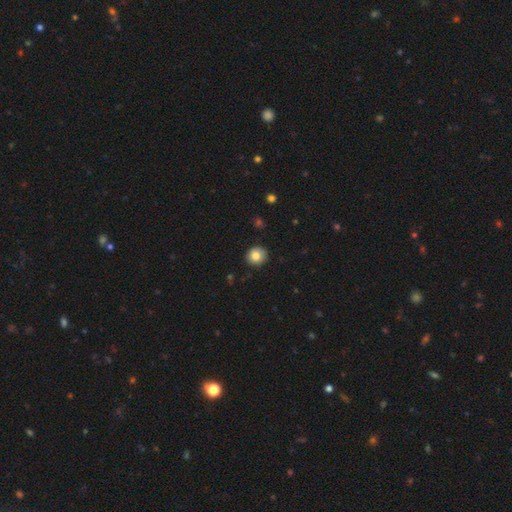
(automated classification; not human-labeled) Smooth or featured? Predicted: smooth (p=0.82). How rounded? Predicted: round (p=0.88). Merging? Predicted: none (p=0.88).